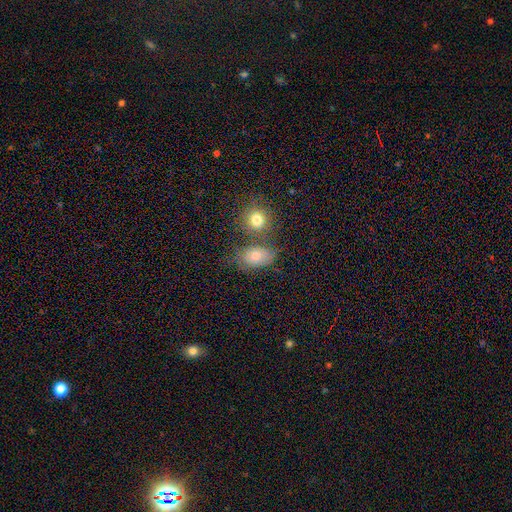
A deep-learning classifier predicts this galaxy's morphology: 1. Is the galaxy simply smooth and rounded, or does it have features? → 72% smooth, 16% featured or disk, 12% star or artifact.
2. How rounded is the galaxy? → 75% in between, 23% round, 2% cigar-shaped.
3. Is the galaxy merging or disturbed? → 56% none, 21% merger, 17% minor disturbance, 6% major disturbance.